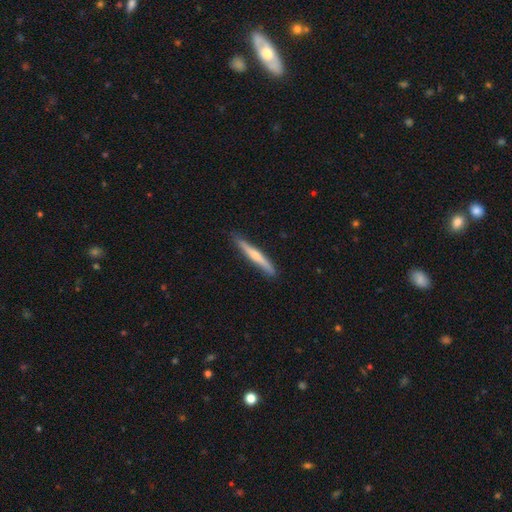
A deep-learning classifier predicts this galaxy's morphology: This is possibly a featured or disk galaxy (49%). Merging: clearly none (86%).